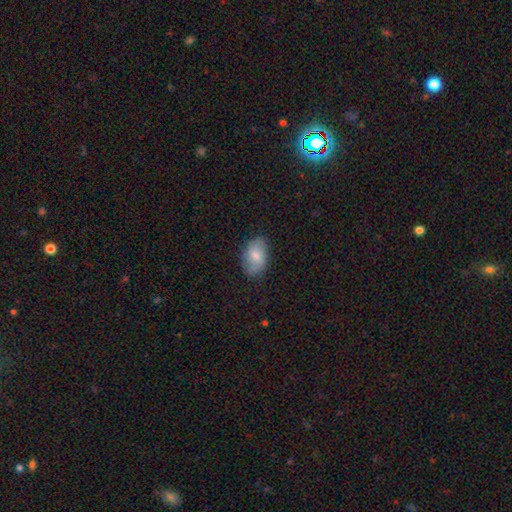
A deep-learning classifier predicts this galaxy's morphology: This is likely a smooth galaxy (72%). How rounded: clearly in between (89%). Merging: likely none (76%).